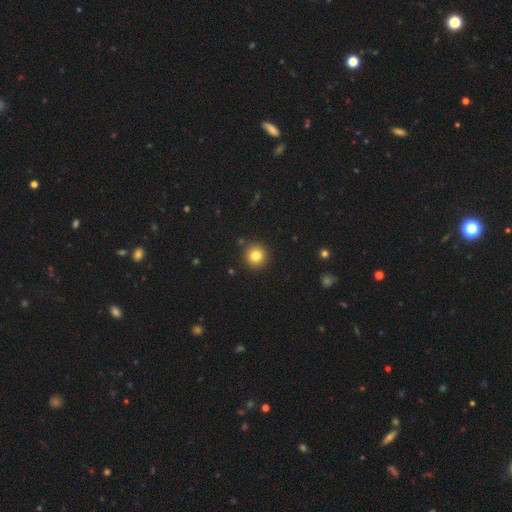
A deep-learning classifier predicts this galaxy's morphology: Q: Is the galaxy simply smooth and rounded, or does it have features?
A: smooth — 81%.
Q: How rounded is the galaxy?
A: round — 94%.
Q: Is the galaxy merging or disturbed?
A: none — 89%.